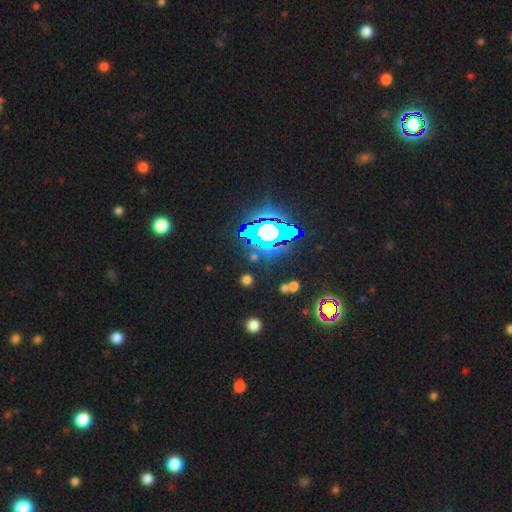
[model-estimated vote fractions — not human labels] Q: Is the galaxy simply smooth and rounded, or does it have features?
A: star or artifact — 66%.